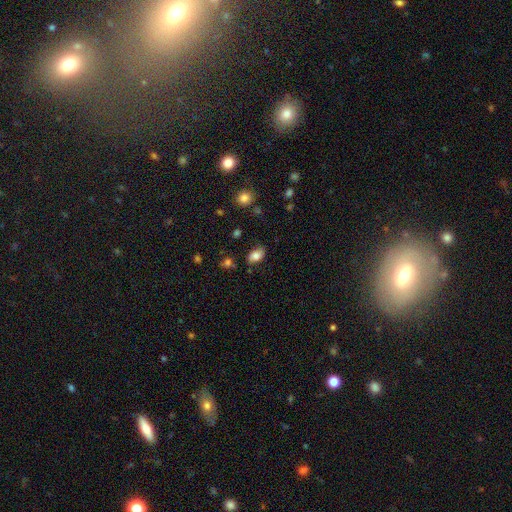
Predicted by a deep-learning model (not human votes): A smooth galaxy with no disk features (78%) that is in between round and cigar-shaped (88%).

Vote fractions:
- Smooth or featured? smooth: 78% / featured or disk: 14% / star or artifact: 9%
- How rounded? in between: 88% / round: 10% / cigar-shaped: 2%
- Merging? none: 72% / minor disturbance: 21% / major disturbance: 5% / merger: 2%